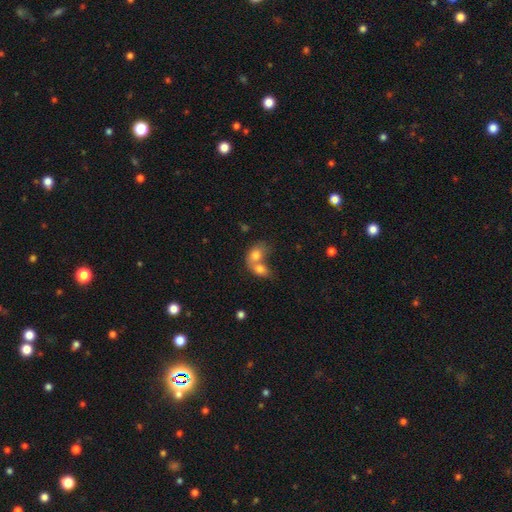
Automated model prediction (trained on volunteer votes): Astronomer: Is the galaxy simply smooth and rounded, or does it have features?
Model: smooth — 74%.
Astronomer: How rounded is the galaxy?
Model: in between — 70%.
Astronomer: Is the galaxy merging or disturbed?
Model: merger — 76%.